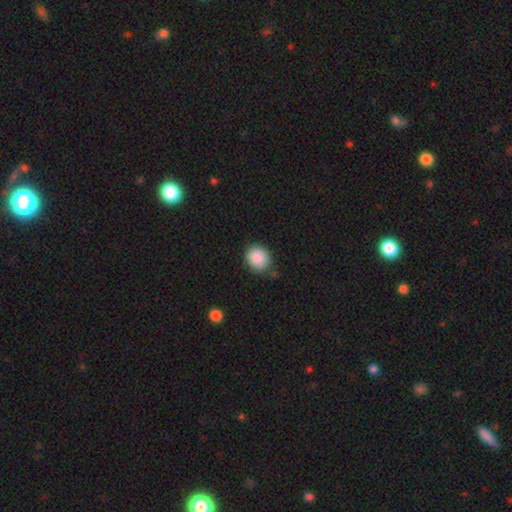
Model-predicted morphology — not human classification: Q: Smooth or featured?
A: smooth (89%); runner-up: star or artifact (8%)
Q: How rounded?
A: round (75%); runner-up: in between (24%)
Q: Merging?
A: none (82%); runner-up: minor disturbance (13%)